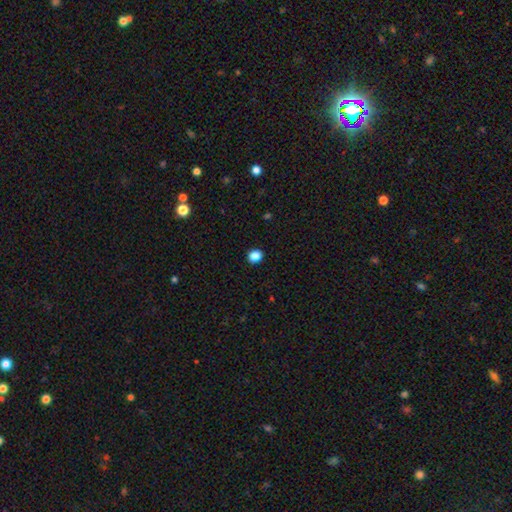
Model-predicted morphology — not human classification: smooth-or-featured: smooth: 87% | star or artifact: 11% | featured or disk: 3%
  how-rounded: round: 67% | in between: 32% | cigar-shaped: 1%
  merging: none: 92% | minor disturbance: 6% | major disturbance: 2% | merger: 1%